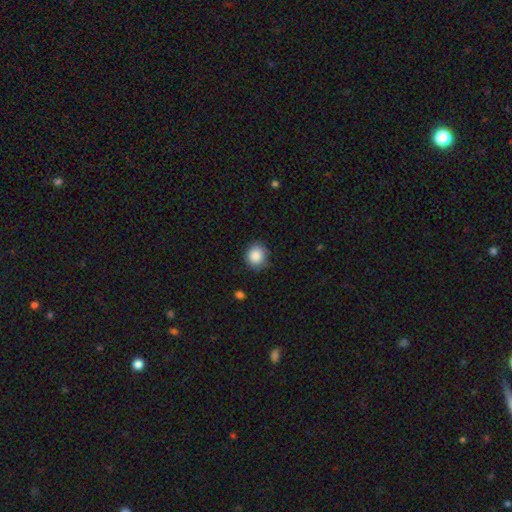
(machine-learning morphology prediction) Overall: smooth (88%). How rounded: round (81%). Merging: none (79%).